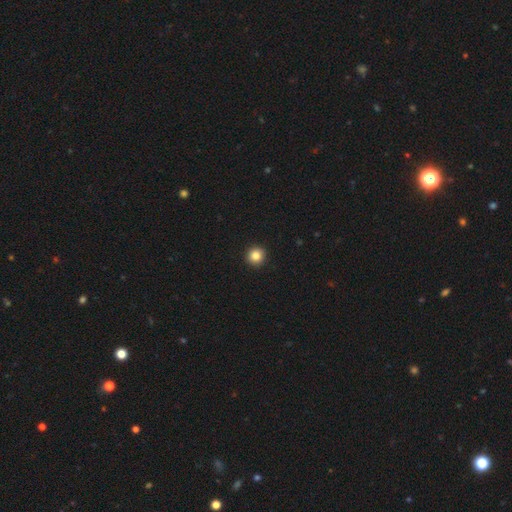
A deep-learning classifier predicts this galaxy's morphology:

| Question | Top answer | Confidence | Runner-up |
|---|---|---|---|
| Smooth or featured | smooth | 85% | star or artifact (10%) |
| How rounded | round | 95% | in between (4%) |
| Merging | none | 94% | minor disturbance (4%) |